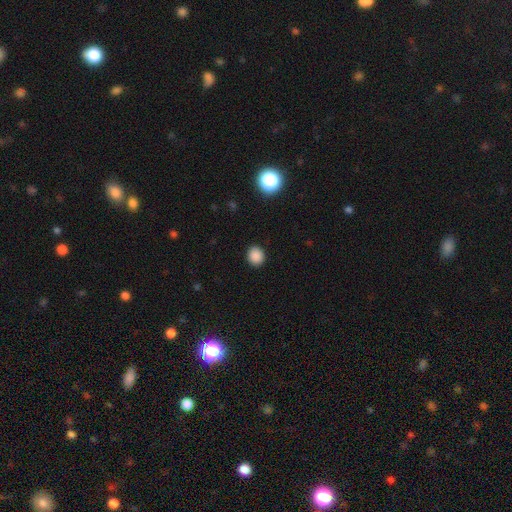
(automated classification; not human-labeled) Smooth or featured? Predicted: smooth (p=0.87). How rounded? Predicted: round (p=0.77). Merging? Predicted: none (p=0.91).